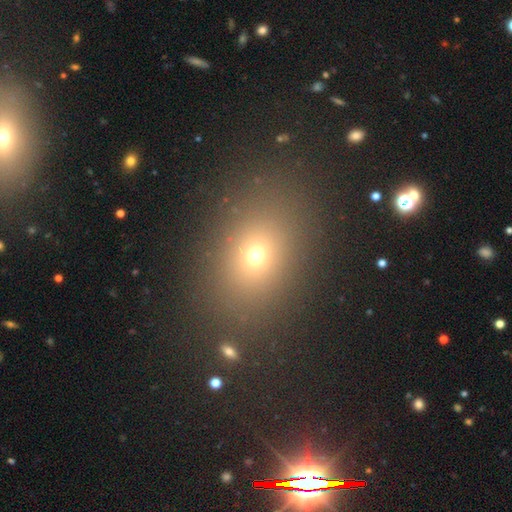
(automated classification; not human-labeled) This appears to be a smooth galaxy with no disk features (65%) that is in between round and cigar-shaped (59%). Merging: none (85%).